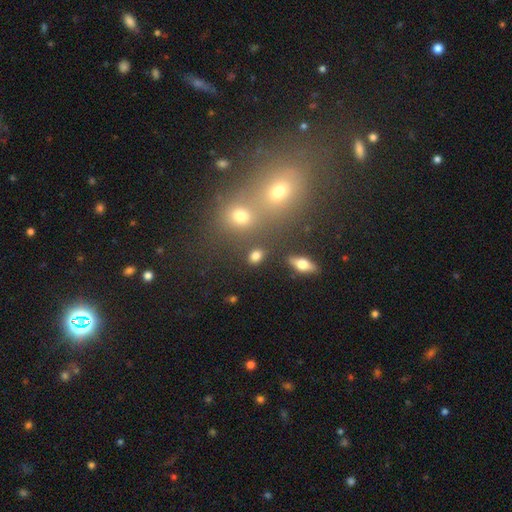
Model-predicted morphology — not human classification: smooth 78%, star or artifact 13%, featured or disk 9%. Down the decision tree: how rounded — in between (64%); merging — none (79%).